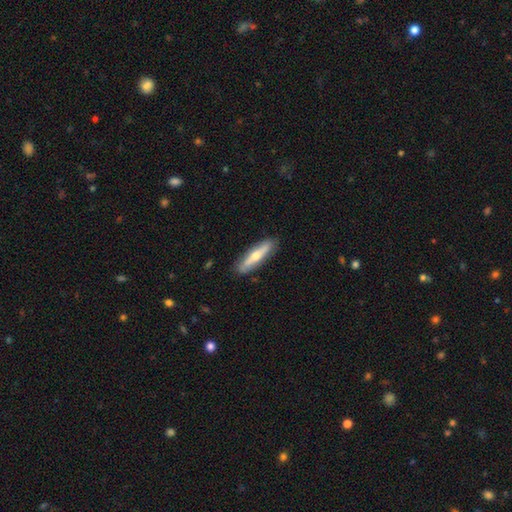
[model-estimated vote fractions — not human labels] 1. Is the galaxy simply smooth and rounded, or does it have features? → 48% smooth, 47% featured or disk, 5% star or artifact.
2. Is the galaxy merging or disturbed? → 86% none, 11% minor disturbance, 2% major disturbance, 1% merger.